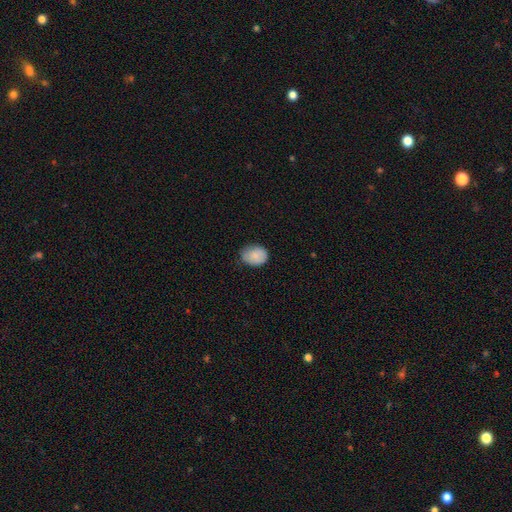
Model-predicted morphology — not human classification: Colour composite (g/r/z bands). It shows a smooth galaxy with no disk features (86%) that is in between round and cigar-shaped (59%). Merging: none (68%).